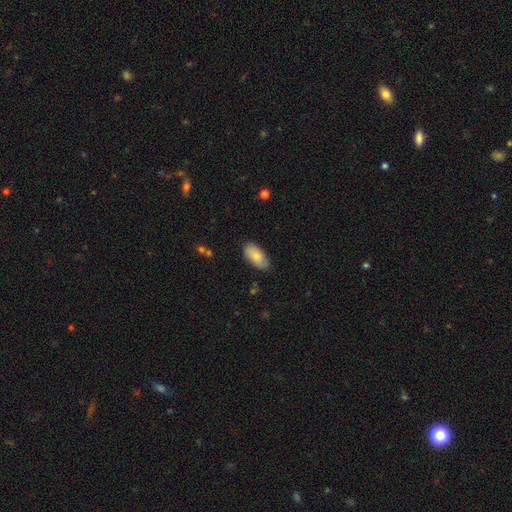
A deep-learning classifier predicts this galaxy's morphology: Overall: smooth (82%). How rounded: in between (93%). Merging: none (78%).